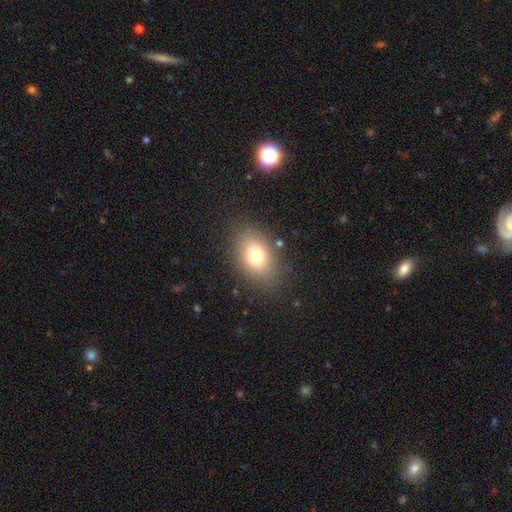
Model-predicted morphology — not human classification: Q: Smooth or featured?
A: smooth (74%); runner-up: featured or disk (13%)
Q: How rounded?
A: in between (74%); runner-up: round (24%)
Q: Merging?
A: none (83%); runner-up: minor disturbance (10%)